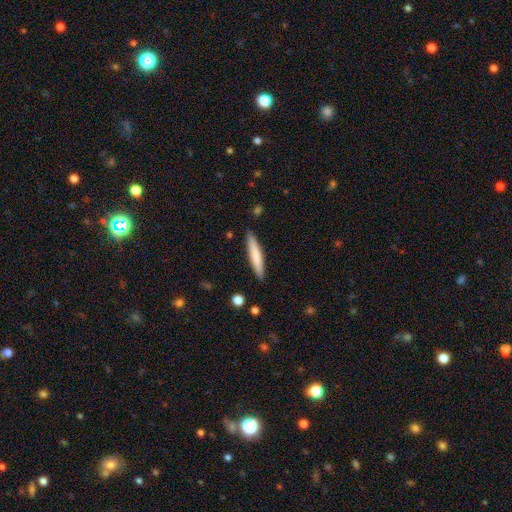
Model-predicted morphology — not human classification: smooth 73%, featured or disk 21%, star or artifact 5%. Down the decision tree: how rounded — cigar-shaped (92%); merging — none (89%).